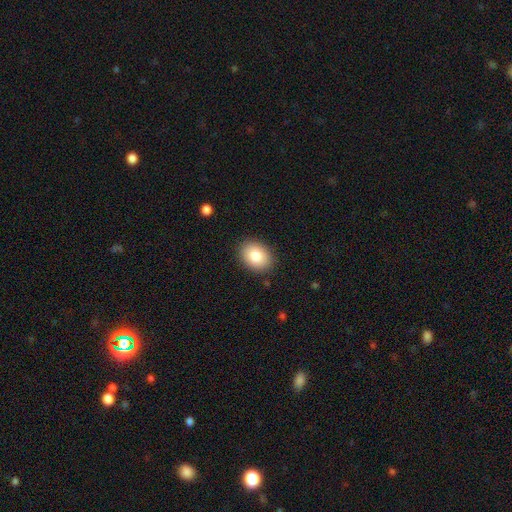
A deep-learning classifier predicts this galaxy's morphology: This is clearly a smooth galaxy (83%). How rounded: likely in between (66%). Merging: clearly none (88%).